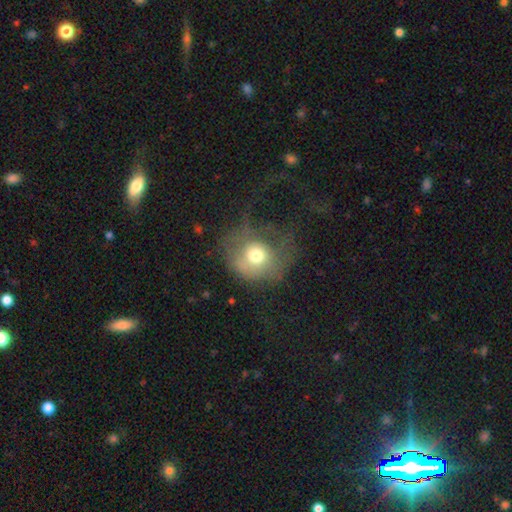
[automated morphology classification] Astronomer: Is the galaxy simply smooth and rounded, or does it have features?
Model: smooth — 63%.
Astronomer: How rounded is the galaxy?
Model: round — 78%.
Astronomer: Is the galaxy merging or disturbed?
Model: major disturbance — 42% (runner-up: none, 33%).